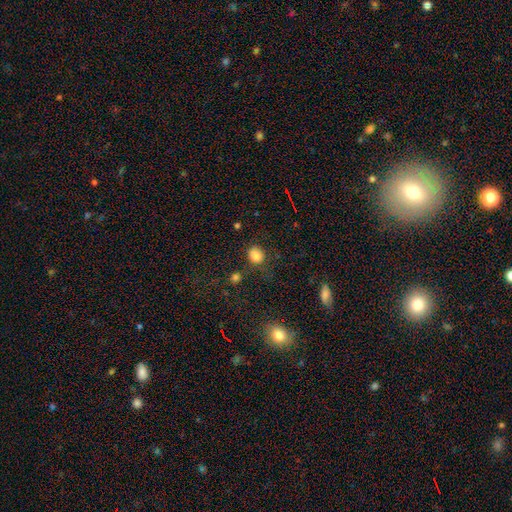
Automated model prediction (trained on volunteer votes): smooth 83%, star or artifact 12%, featured or disk 5%. Down the decision tree: how rounded — round (63%); merging — none (69%).